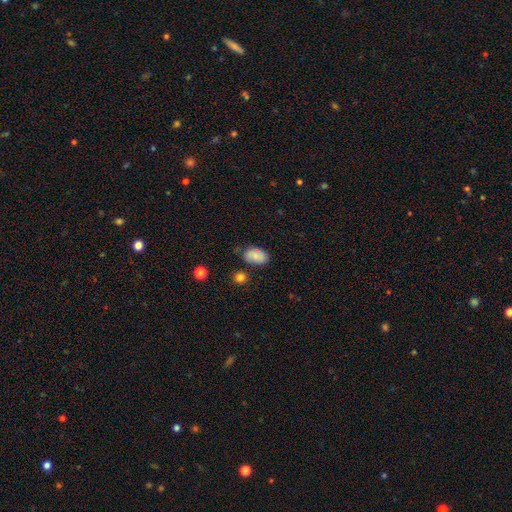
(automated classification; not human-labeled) This appears to be a smooth galaxy with no disk features (76%) that is in between round and cigar-shaped (88%). Merging: none (70%).